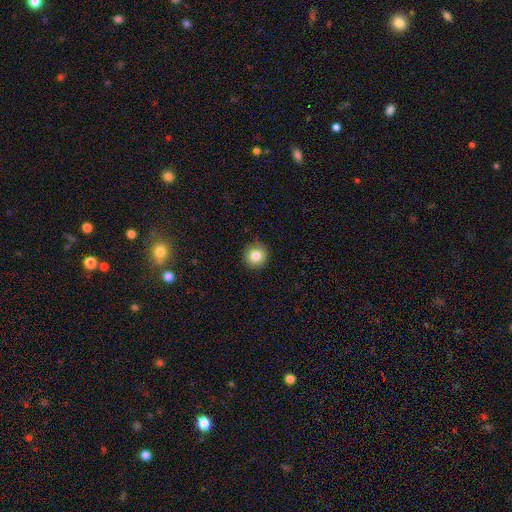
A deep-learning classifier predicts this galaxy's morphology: This appears to be a smooth galaxy with no disk features (82%) that is round (94%). Merging: none (88%).